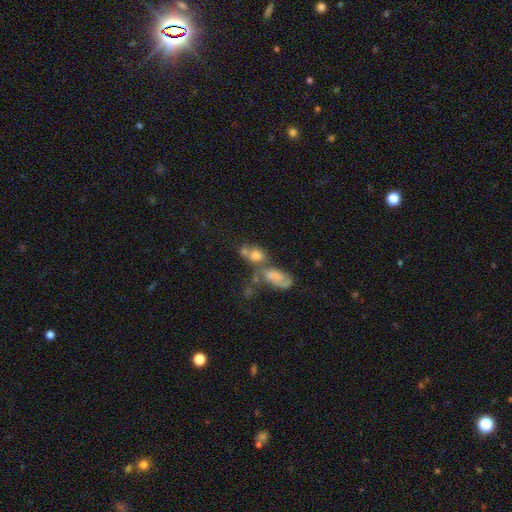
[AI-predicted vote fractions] A smooth galaxy with no disk features (54%) that is in between round and cigar-shaped (57%).

Vote fractions:
- Smooth or featured? smooth: 54% / featured or disk: 27% / star or artifact: 19%
- How rounded? in between: 57% / round: 36% / cigar-shaped: 7%
- Merging? merger: 53% / none: 25% / major disturbance: 11% / minor disturbance: 10%